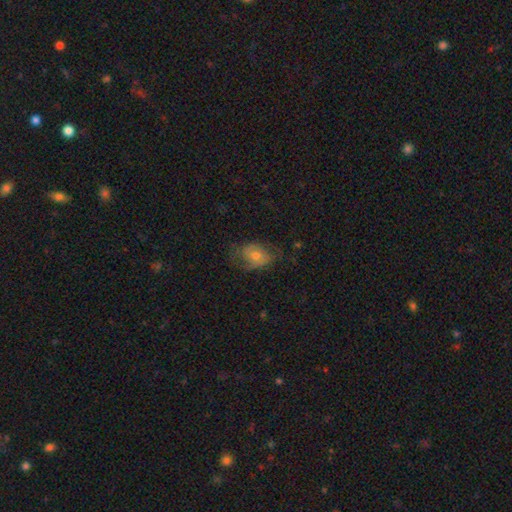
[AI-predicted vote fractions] smooth 50%, featured or disk 41%, star or artifact 8%. Down the decision tree: how rounded — in between (67%); merging — none (51%).